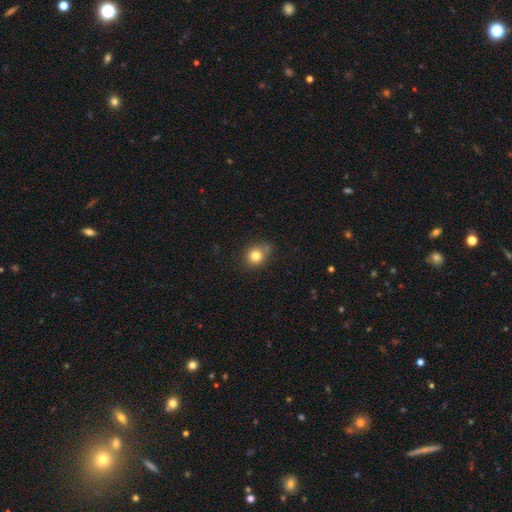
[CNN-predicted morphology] smooth_or_featured: smooth (p=0.81) [alt: star or artifact p=0.11]
how_rounded: round (p=0.77) [alt: in between p=0.22]
merging: none (p=0.68) [alt: minor disturbance p=0.20]